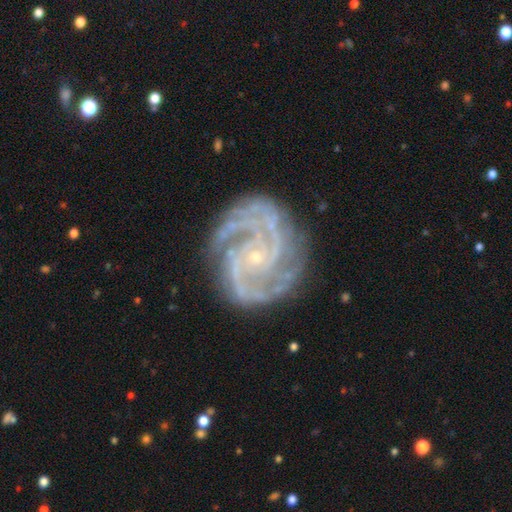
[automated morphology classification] Smooth or featured? featured or disk (92%)
Edge-on disk? no (98%)
Bar? no (71%)
Spiral arms? yes (99%)
Spiral winding? tight (61%)
Spiral arm count? 2 (33%)
Bulge size? small (88%)
Merging? none (78%)